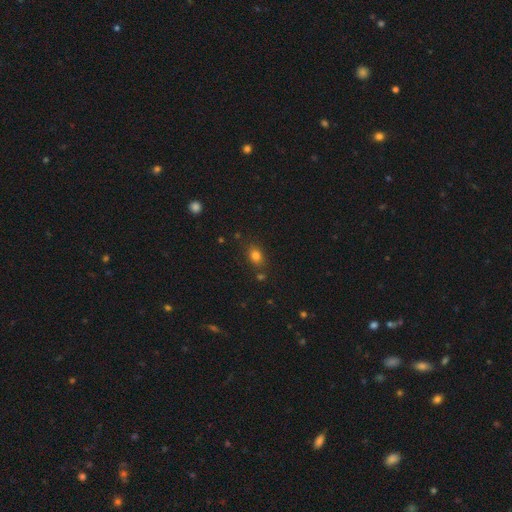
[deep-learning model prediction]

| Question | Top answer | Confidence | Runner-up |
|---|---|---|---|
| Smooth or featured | smooth | 80% | star or artifact (13%) |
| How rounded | in between | 67% | round (32%) |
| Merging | none | 78% | minor disturbance (13%) |